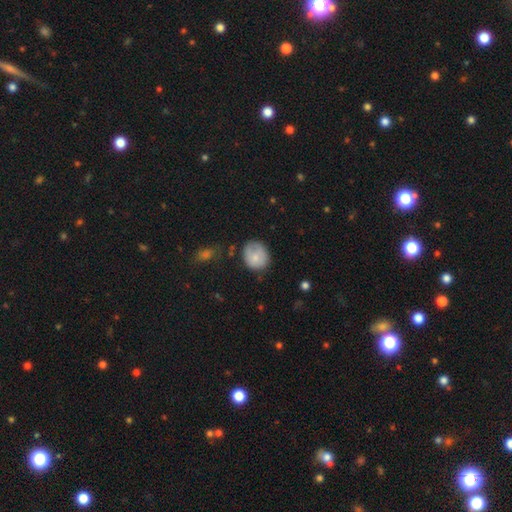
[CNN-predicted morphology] A smooth galaxy with no disk features (74%) that is round (69%). Merging: none (60%).